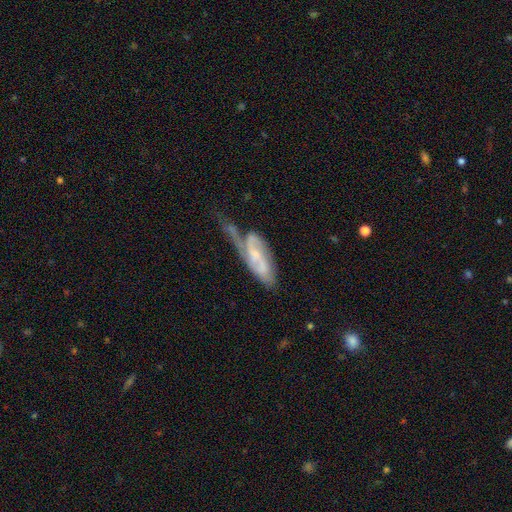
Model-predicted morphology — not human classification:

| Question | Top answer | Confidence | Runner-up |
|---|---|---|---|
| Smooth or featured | featured or disk | 74% | smooth (18%) |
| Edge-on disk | no | 88% | yes (12%) |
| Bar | no | 44% | weak (40%) |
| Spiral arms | yes | 89% | no (11%) |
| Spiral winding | medium | 42% | tight (32%) |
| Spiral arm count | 2 | 66% | can't tell (16%) |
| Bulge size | small | 52% | moderate (29%) |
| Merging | major disturbance | 31% | tied: none (31%) |